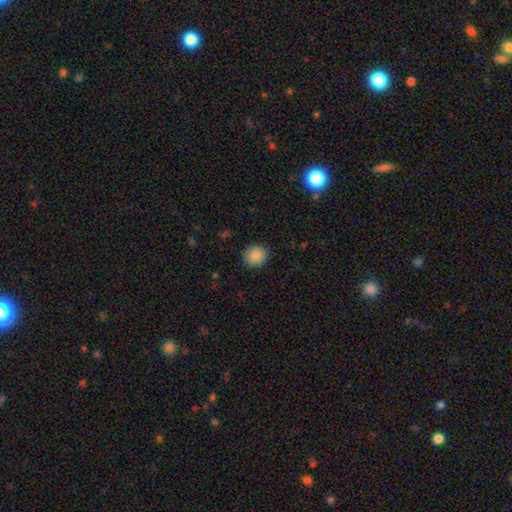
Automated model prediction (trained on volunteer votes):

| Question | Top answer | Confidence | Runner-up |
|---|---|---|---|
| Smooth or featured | smooth | 87% | star or artifact (8%) |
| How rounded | round | 89% | in between (10%) |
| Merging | none | 90% | minor disturbance (7%) |